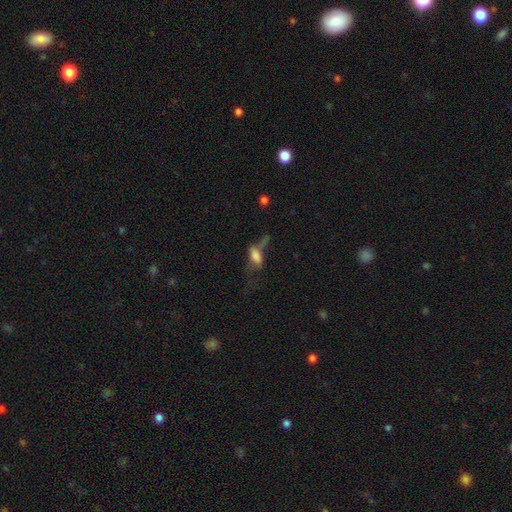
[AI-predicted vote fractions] smooth_or_featured: smooth (p=0.62) [alt: featured or disk p=0.26]
how_rounded: in between (p=0.79) [alt: cigar-shaped p=0.16]
merging: major disturbance (p=0.45) [alt: none p=0.21]